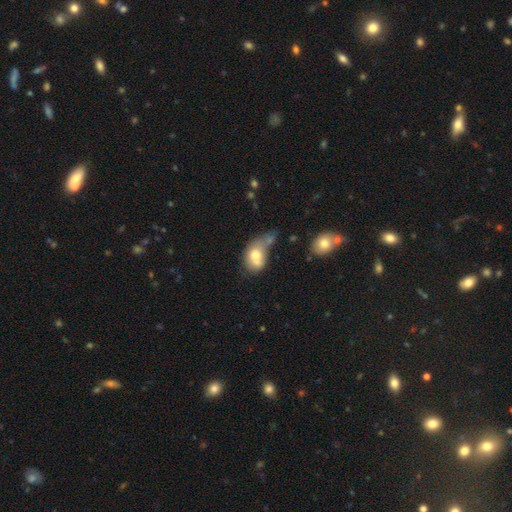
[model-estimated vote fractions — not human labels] Smooth or featured? smooth (68%)
How rounded? in between (71%)
Merging? merger (46%)